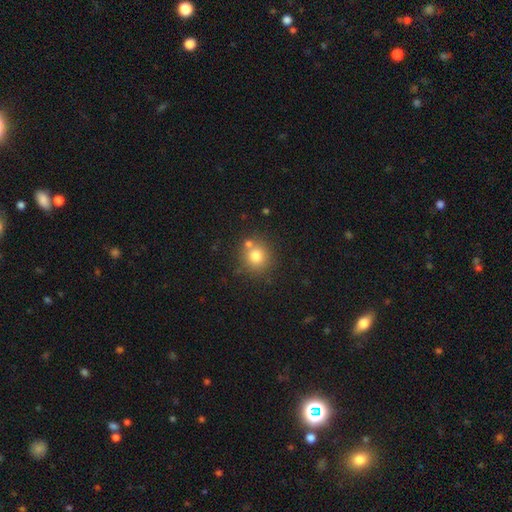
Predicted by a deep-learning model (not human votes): Smooth or featured: smooth — 77% (star or artifact — 13%)
How rounded: round — 89% (in between — 10%)
Merging: none — 71% (merger — 15%)